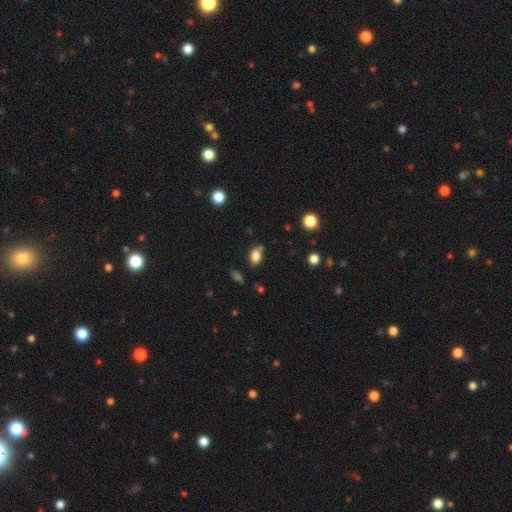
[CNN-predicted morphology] smooth_or_featured: smooth (p=0.81) [alt: star or artifact p=0.10]
how_rounded: in between (p=0.86) [alt: round p=0.12]
merging: none (p=0.64) [alt: minor disturbance p=0.25]